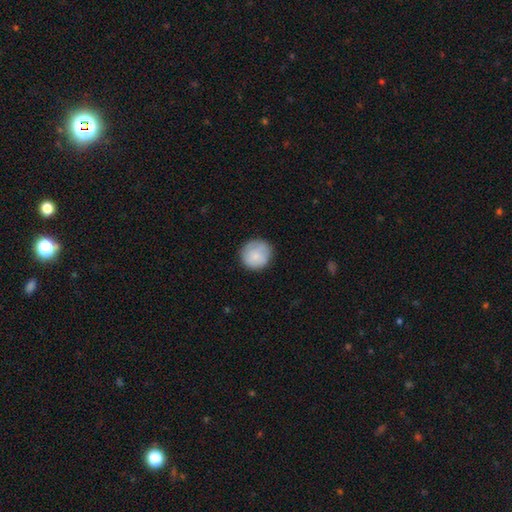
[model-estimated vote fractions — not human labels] Q: Smooth or featured?
A: smooth (84%); runner-up: featured or disk (10%)
Q: How rounded?
A: round (92%); runner-up: in between (7%)
Q: Merging?
A: none (82%); runner-up: minor disturbance (14%)